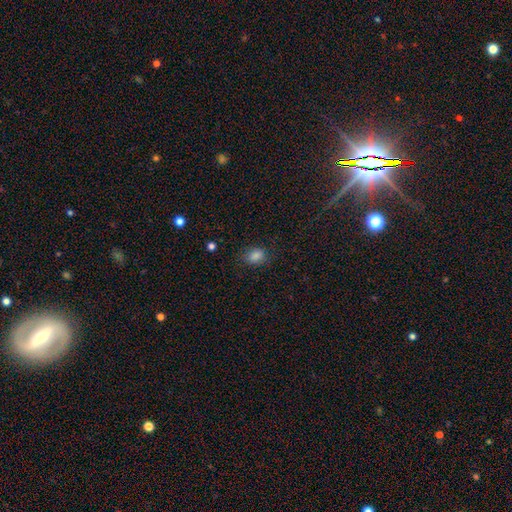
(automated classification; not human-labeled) smooth_or_featured: smooth (p=0.82) [alt: star or artifact p=0.13]
how_rounded: in between (p=0.61) [alt: round p=0.38]
merging: none (p=0.80) [alt: minor disturbance p=0.15]